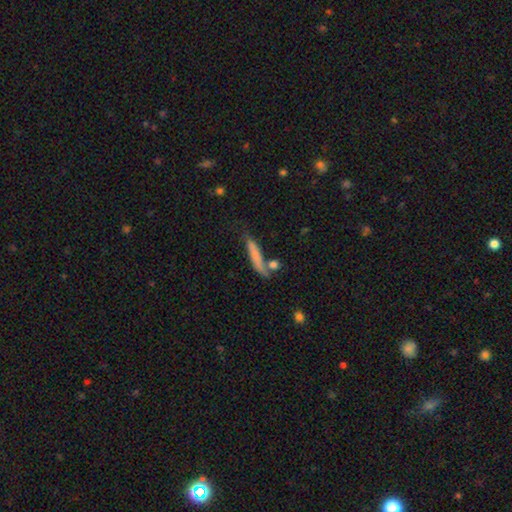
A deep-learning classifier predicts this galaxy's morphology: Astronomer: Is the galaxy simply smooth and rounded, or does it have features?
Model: smooth — 69%.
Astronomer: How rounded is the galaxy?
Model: cigar-shaped — 87%.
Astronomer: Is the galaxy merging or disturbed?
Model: none — 56%.